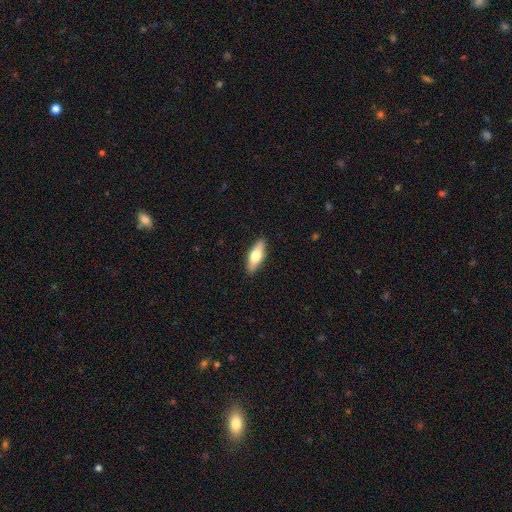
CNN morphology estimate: Smooth or featured? smooth (62%)
How rounded? in between (62%)
Merging? none (89%)